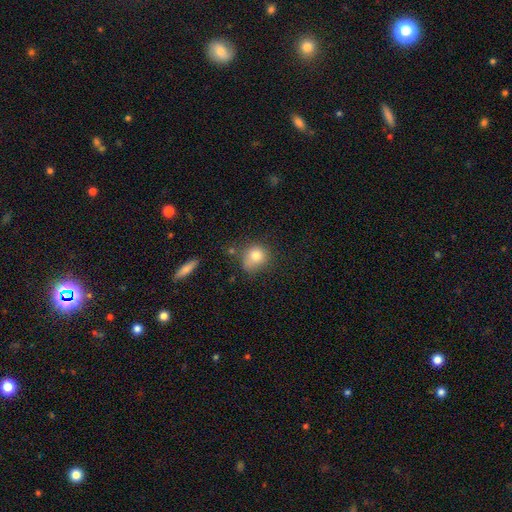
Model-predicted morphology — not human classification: This appears to be a smooth galaxy with no disk features (79%) that is round (75%). Merging: none (56%).